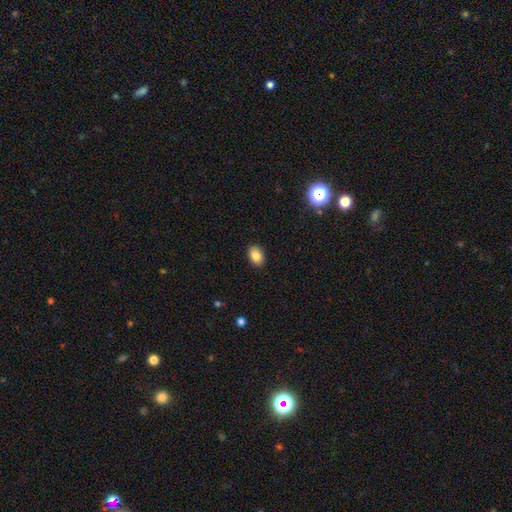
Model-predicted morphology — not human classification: smooth_or_featured: smooth (p=0.86) [alt: star or artifact p=0.09]
how_rounded: in between (p=0.82) [alt: round p=0.17]
merging: none (p=0.90) [alt: minor disturbance p=0.07]